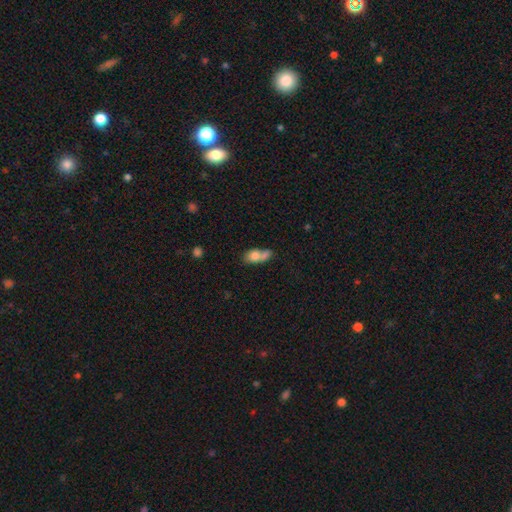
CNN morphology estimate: This is likely a smooth galaxy (73%). How rounded: likely in between (75%). Merging: possibly merger (51%).